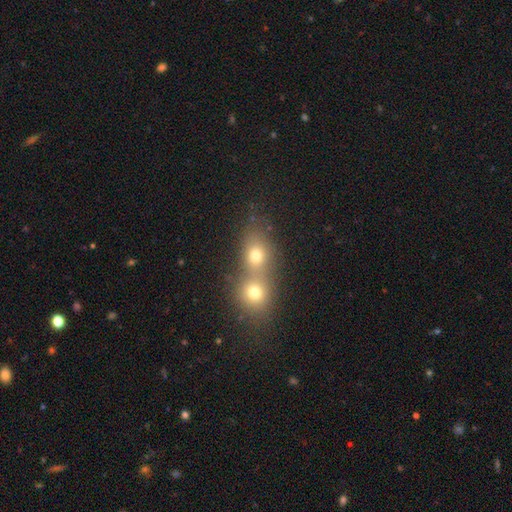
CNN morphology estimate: Overall: smooth (73%). How rounded: round (61%; in between 37%). Merging: merger (64%; none 28%).